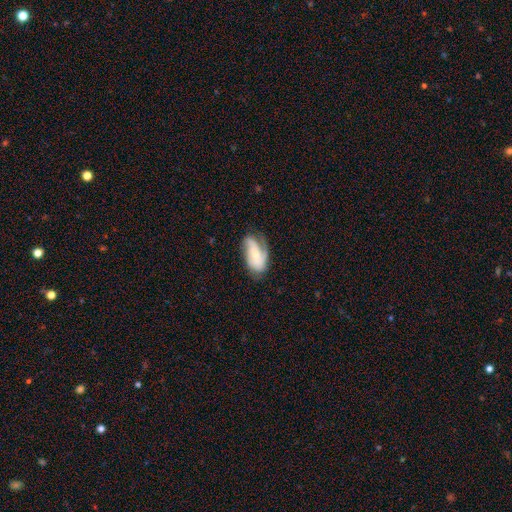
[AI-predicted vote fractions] smooth_or_featured: featured or disk (p=0.68) [alt: smooth p=0.26]
disk_edge_on: no (p=0.95) [alt: yes p=0.05]
bar: no (p=0.60) [alt: weak p=0.28]
has_spiral_arms: yes (p=0.91) [alt: no p=0.09]
spiral_winding: medium (p=0.41) [alt: tight p=0.35]
spiral_arm_count: 2 (p=0.43) [alt: 1 p=0.20]
bulge_size: small (p=0.61) [alt: moderate p=0.30]
merging: none (p=0.56) [alt: minor disturbance p=0.26]